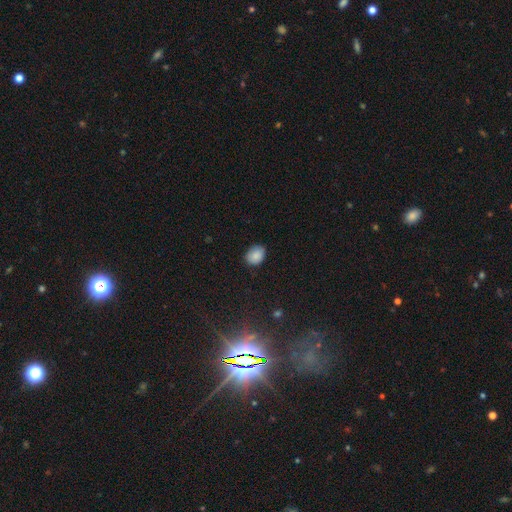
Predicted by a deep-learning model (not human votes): Overall: smooth (86%). How rounded: in between (58%; round 41%). Merging: none (82%).